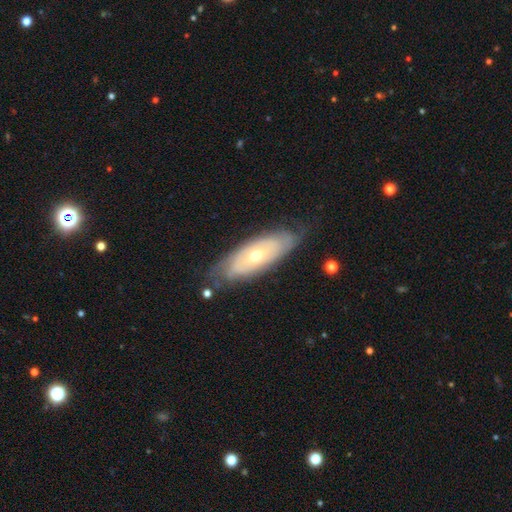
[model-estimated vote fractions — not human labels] smooth-or-featured: featured or disk: 66% | smooth: 28% | star or artifact: 6%
  disk-edge-on: no: 83% | yes: 17%
    bar: no: 84% | weak: 12% | strong: 4%
    has-spiral-arms: yes: 62% | no: 38%
    bulge-size: moderate: 53% | small: 43% | large: 2% | dominant: 1% | none: 1%
  merging: none: 75% | minor disturbance: 18% | major disturbance: 5% | merger: 2%